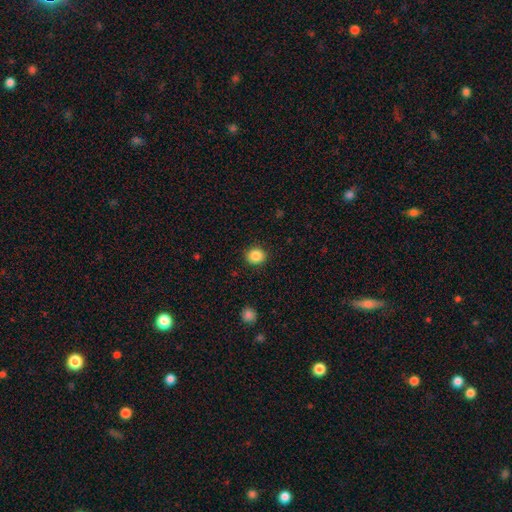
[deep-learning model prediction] Smooth or featured?
  - smooth: 87% *
  - star or artifact: 10%
  - featured or disk: 3%
How rounded?
  - round: 84% *
  - in between: 15%
  - cigar-shaped: 1%
Merging?
  - none: 91% *
  - minor disturbance: 6%
  - major disturbance: 2%
  - merger: 1%